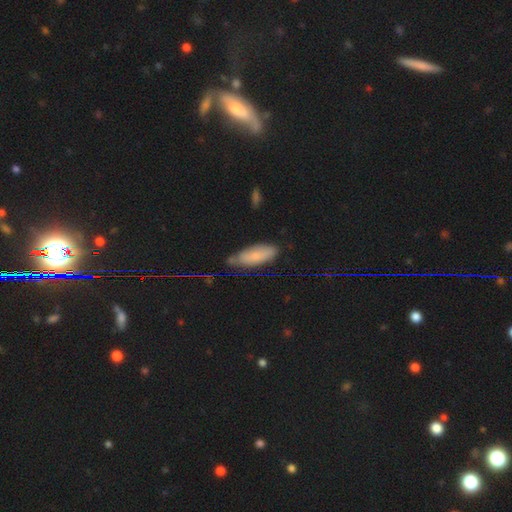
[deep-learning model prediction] A smooth galaxy with no disk features (73%) that is in between round and cigar-shaped (73%). Merging: none (55%).